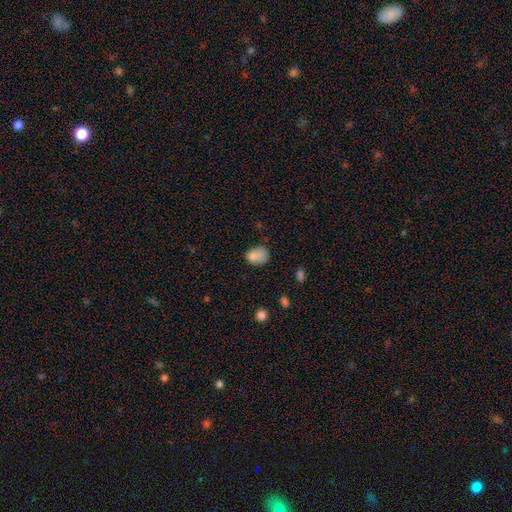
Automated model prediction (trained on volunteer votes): Smooth or featured?
  - smooth: 79% *
  - star or artifact: 11%
  - featured or disk: 10%
How rounded?
  - in between: 56% *
  - round: 43%
  - cigar-shaped: 1%
Merging?
  - none: 47% *
  - minor disturbance: 29%
  - major disturbance: 12%
  - merger: 12%